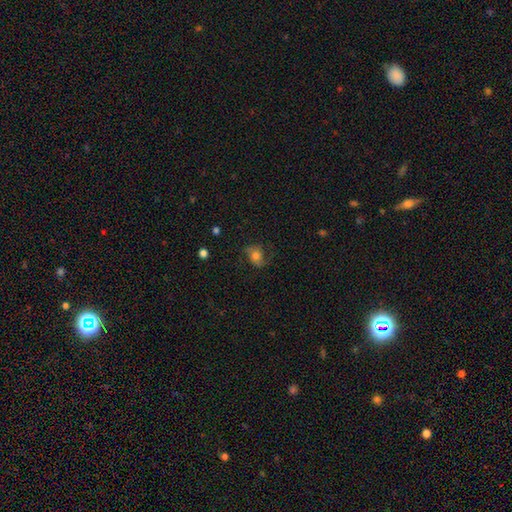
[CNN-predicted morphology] The model was most divided on "smooth or featured": smooth: 52%, featured or disk: 37%, star or artifact: 11%. More confident: how rounded — in between (59%); merging — none (58%).